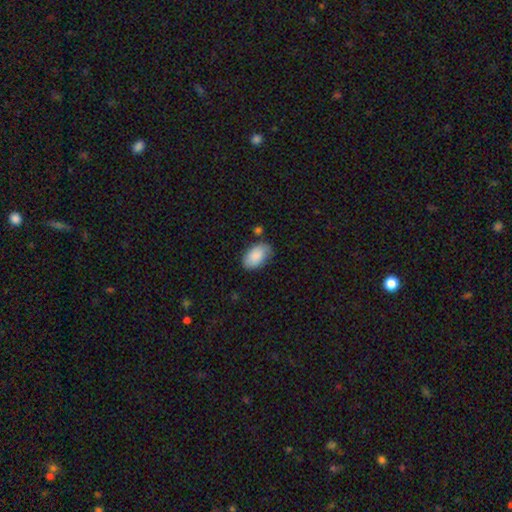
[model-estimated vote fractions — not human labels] Morphology: type=smooth (85%); roundness=in between (94%); merging=none (70%).